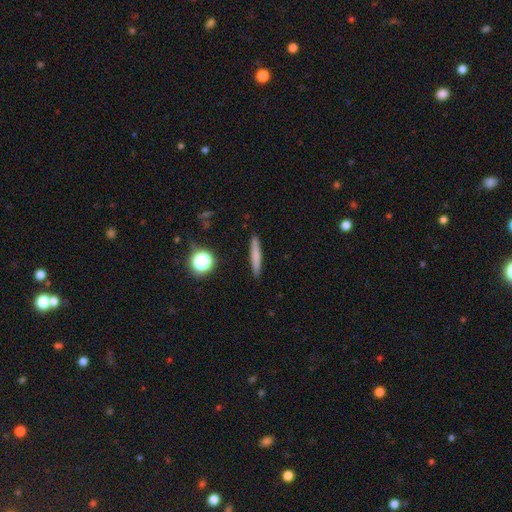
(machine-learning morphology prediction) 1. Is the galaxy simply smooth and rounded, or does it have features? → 70% smooth, 21% featured or disk, 9% star or artifact.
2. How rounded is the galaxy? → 92% cigar-shaped, 5% in between, 3% round.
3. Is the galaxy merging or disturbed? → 88% none, 8% minor disturbance, 2% major disturbance, 2% merger.